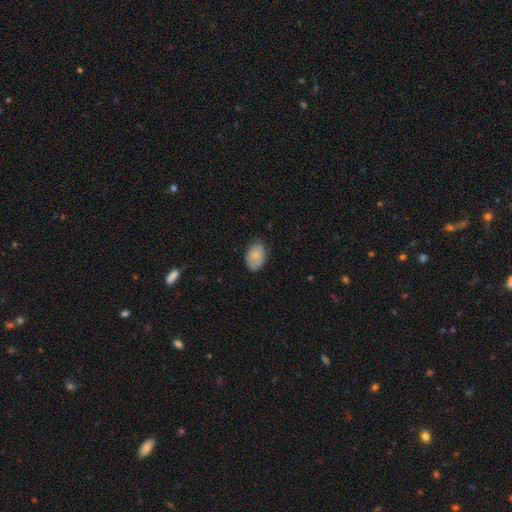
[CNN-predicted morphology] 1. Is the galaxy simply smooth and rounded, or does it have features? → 78% smooth, 15% featured or disk, 7% star or artifact.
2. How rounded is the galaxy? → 88% in between, 11% round, 1% cigar-shaped.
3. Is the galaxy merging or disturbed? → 67% none, 27% minor disturbance, 5% major disturbance, 1% merger.